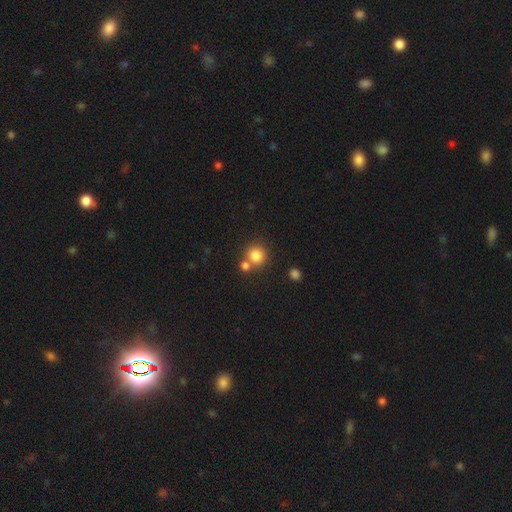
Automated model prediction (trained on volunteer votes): Morphology: type=smooth (82%); roundness=round (90%); merging=none (62%).